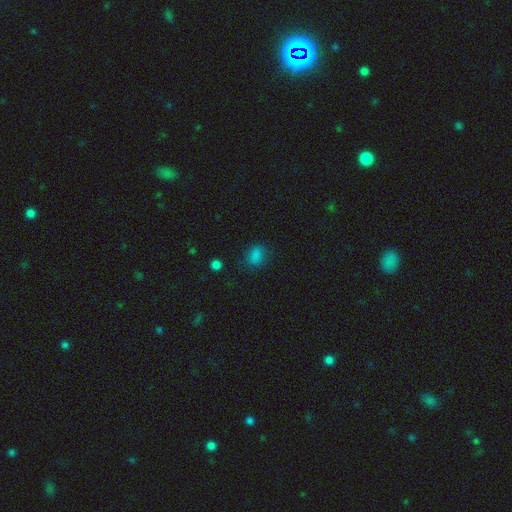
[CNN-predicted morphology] This appears to be a smooth galaxy with no disk features (80%) that is in between round and cigar-shaped (63%). Merging: none (75%).